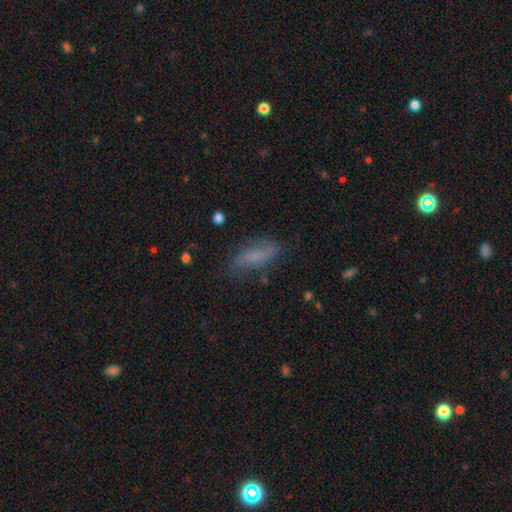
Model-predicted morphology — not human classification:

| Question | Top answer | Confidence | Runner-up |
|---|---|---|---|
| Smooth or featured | smooth | 59% | featured or disk (30%) |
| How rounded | in between | 59% | cigar-shaped (37%) |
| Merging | none | 68% | minor disturbance (22%) |